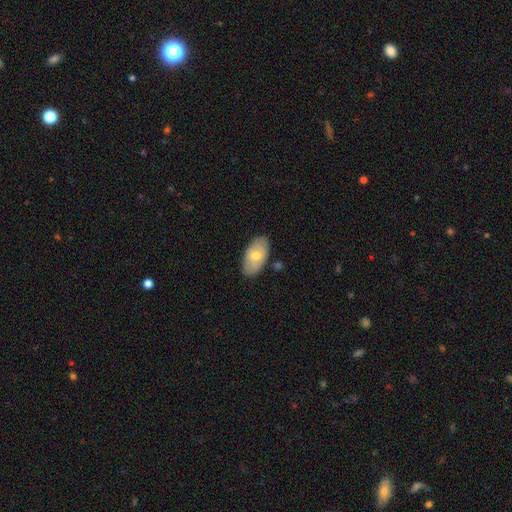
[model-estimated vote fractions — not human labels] smooth-or-featured: smooth: 58% | featured or disk: 36% | star or artifact: 6%
  how-rounded: in between: 94% | round: 4% | cigar-shaped: 3%
  merging: none: 82% | minor disturbance: 13% | merger: 3% | major disturbance: 2%